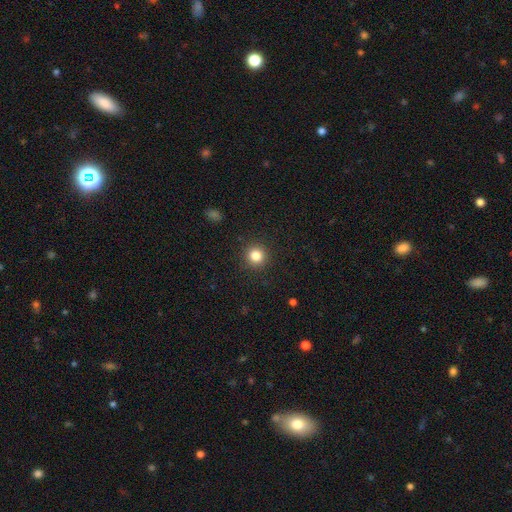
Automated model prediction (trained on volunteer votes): Smooth or featured? Predicted: smooth (p=0.83). How rounded? Predicted: round (p=0.94). Merging? Predicted: none (p=0.92).